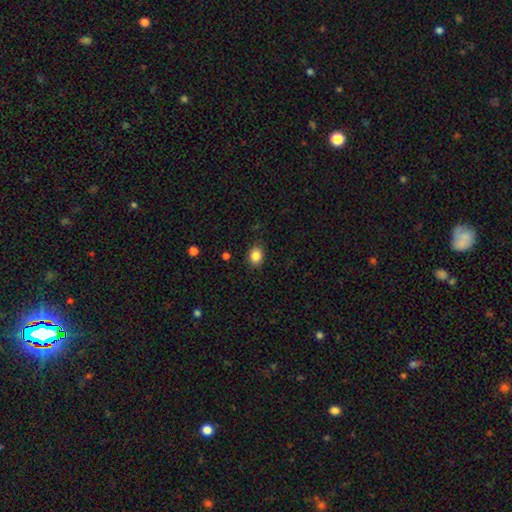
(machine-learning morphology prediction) Smooth or featured?
  - smooth: 86% *
  - star or artifact: 9%
  - featured or disk: 5%
How rounded?
  - in between: 62% *
  - round: 37%
  - cigar-shaped: 1%
Merging?
  - none: 85% *
  - minor disturbance: 11%
  - major disturbance: 3%
  - merger: 1%